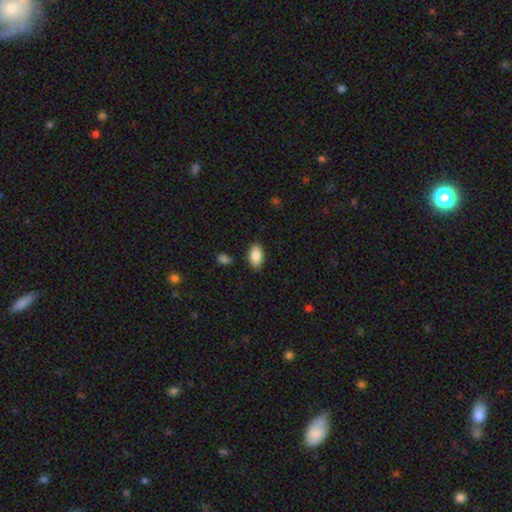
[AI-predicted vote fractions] smooth_or_featured: smooth (p=0.87) [alt: star or artifact p=0.07]
how_rounded: in between (p=0.93) [alt: round p=0.05]
merging: none (p=0.84) [alt: minor disturbance p=0.11]